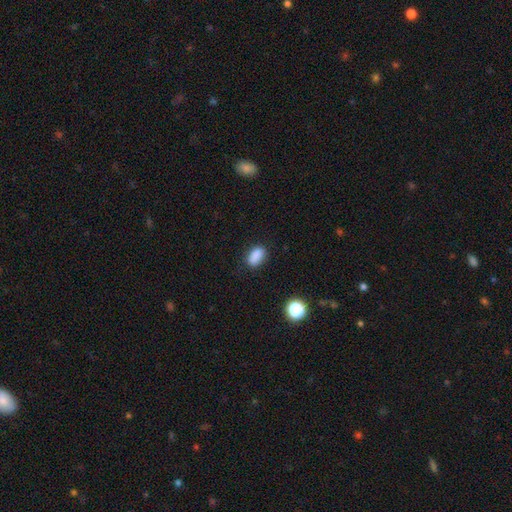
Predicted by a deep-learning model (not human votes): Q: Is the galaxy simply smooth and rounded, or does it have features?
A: smooth — 86%.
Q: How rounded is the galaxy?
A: in between — 87%.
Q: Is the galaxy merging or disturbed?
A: none — 81%.